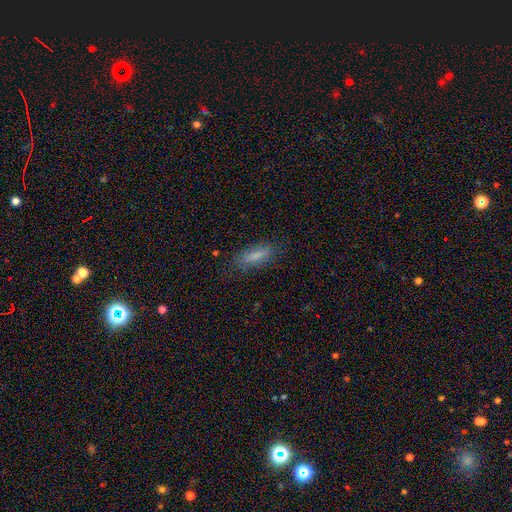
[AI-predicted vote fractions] A smooth galaxy with no disk features (74%) that is cigar-shaped (53%). Merging: none (76%).